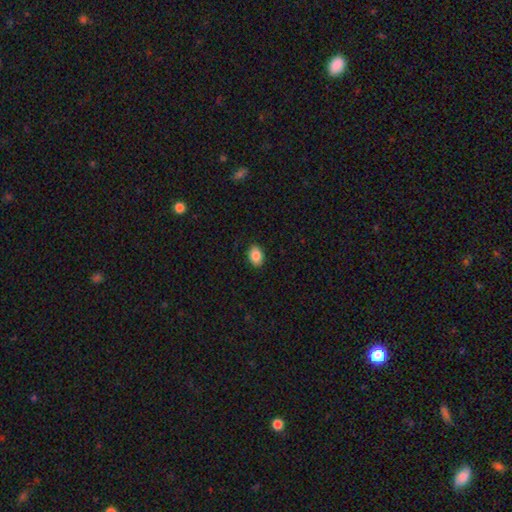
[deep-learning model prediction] The model was most divided on "how rounded": in between: 82%, round: 17%, cigar-shaped: 1%. More confident: merging — none (90%); smooth or featured — smooth (87%).